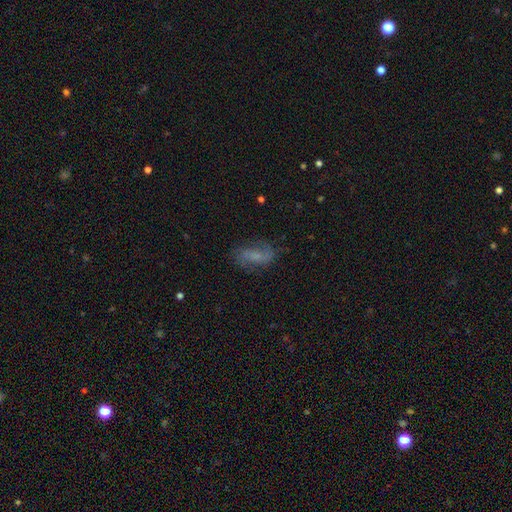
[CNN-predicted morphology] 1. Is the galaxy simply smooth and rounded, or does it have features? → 59% featured or disk, 30% smooth, 11% star or artifact.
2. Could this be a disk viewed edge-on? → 94% no, 6% yes.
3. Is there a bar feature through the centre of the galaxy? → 43% weak, 40% no, 17% strong.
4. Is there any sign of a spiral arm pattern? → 87% yes, 13% no.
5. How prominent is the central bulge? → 49% small, 26% none, 21% moderate, 3% large, 1% dominant.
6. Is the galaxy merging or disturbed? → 72% none, 18% minor disturbance, 8% major disturbance, 2% merger.